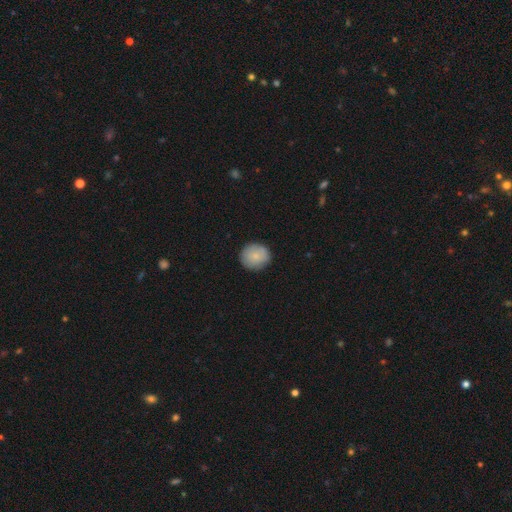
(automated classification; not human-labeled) A smooth galaxy with no disk features (82%) that is round (84%). Merging: none (87%).